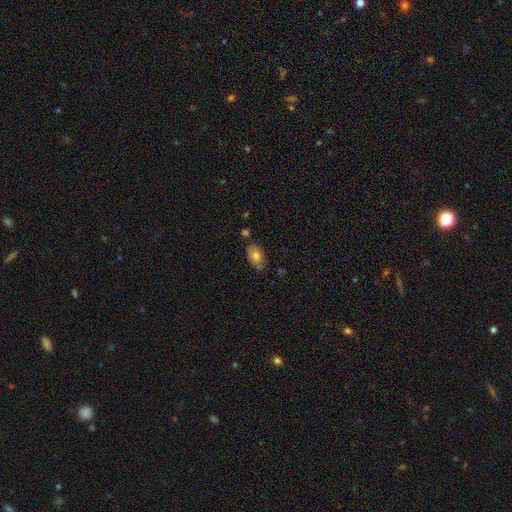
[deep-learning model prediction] A smooth galaxy with no disk features (74%) that is in between round and cigar-shaped (88%).

Vote fractions:
- Smooth or featured? smooth: 74% / featured or disk: 18% / star or artifact: 8%
- How rounded? in between: 88% / round: 11% / cigar-shaped: 2%
- Merging? none: 69% / minor disturbance: 21% / merger: 6% / major disturbance: 4%